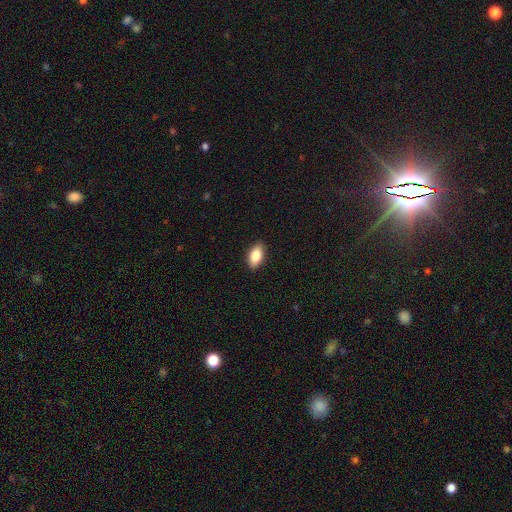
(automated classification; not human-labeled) smooth 85%, featured or disk 8%, star or artifact 7%. Down the decision tree: how rounded — in between (92%); merging — none (90%).